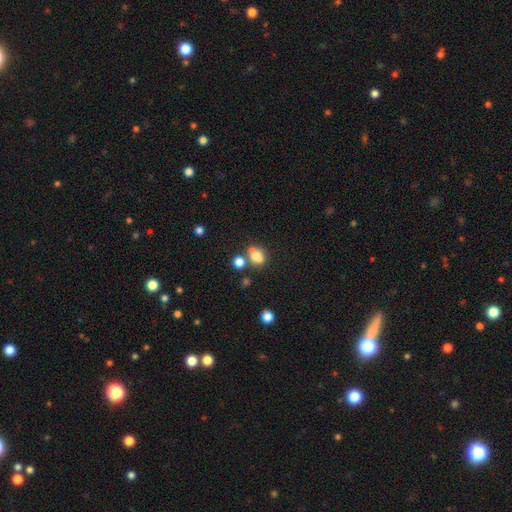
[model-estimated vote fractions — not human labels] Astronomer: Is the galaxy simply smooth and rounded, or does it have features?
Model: smooth — 70%.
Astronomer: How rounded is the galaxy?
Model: round — 64%.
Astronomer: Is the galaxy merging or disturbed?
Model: none — 46% (runner-up: merger, 38%).